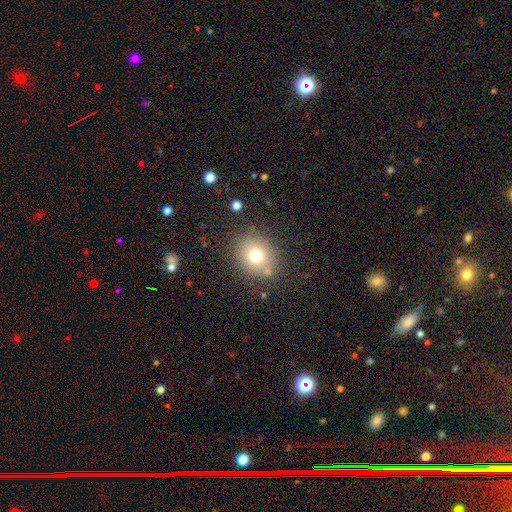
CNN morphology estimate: Overall: smooth (73%). How rounded: round (69%; in between 30%). Merging: none (79%).